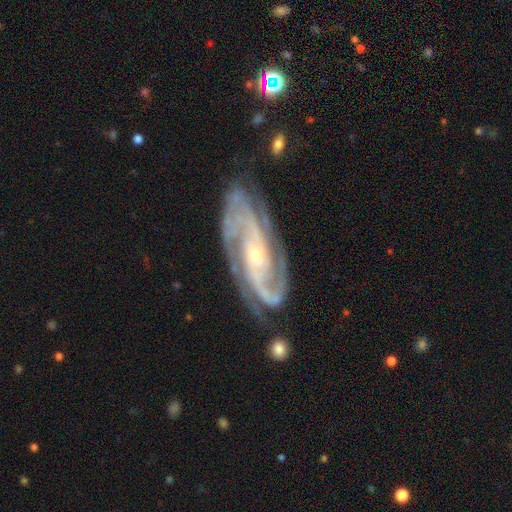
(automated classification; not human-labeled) Smooth or featured? Predicted: featured or disk (p=0.92). Edge-on disk? Predicted: no (p=0.95). Bar? Predicted: no (p=0.53). Spiral arms? Predicted: yes (p=0.98). Spiral winding? Predicted: tight (p=0.53). Spiral arm count? Predicted: 2 (p=0.49). Bulge size? Predicted: small (p=0.68). Merging? Predicted: none (p=0.75).